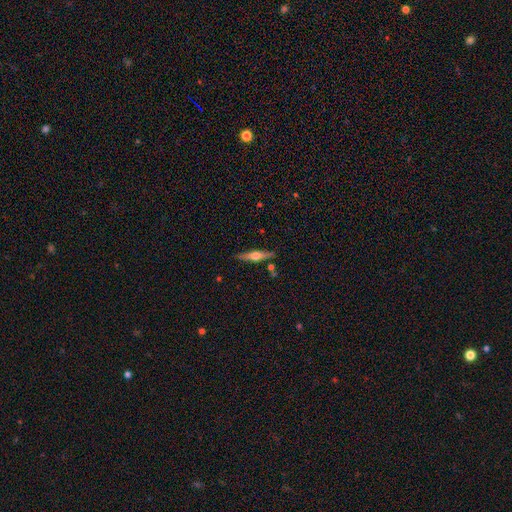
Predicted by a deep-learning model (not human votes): The model was most divided on "smooth or featured": featured or disk: 68%, smooth: 26%, star or artifact: 6%. More confident: edge-on disk — yes (97%); edge-on bulge — rounded (92%); merging — none (87%).